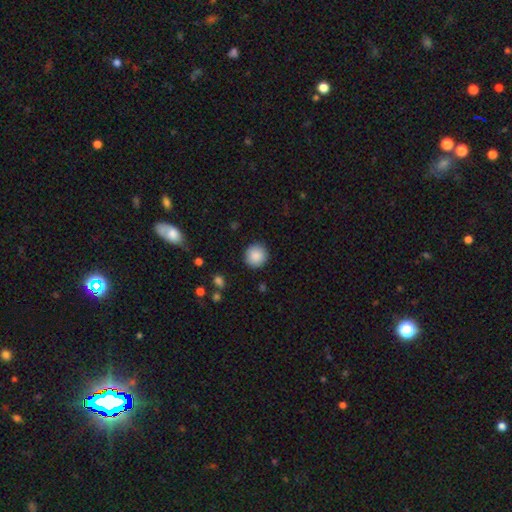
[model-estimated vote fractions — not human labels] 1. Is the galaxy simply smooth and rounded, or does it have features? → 89% smooth, 8% star or artifact, 3% featured or disk.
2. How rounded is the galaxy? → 94% round, 5% in between, 1% cigar-shaped.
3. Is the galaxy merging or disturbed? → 91% none, 6% minor disturbance, 2% major disturbance, 1% merger.